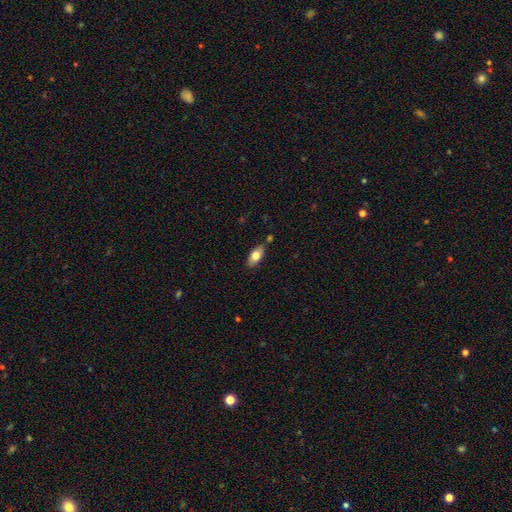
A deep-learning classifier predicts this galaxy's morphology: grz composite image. It shows a smooth galaxy with no disk features (75%) that is in between round and cigar-shaped (88%). Merging: none (82%).